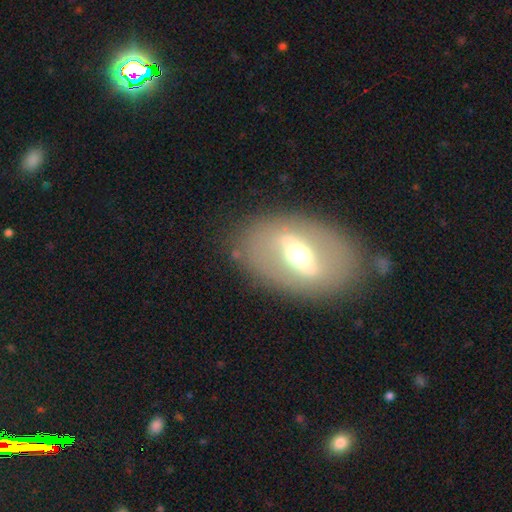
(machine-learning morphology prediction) smooth-or-featured: featured or disk: 67% | smooth: 26% | star or artifact: 7%
  disk-edge-on: no: 81% | yes: 19%
    bar: strong: 63% | weak: 26% | no: 10%
    has-spiral-arms: no: 82% | yes: 18%
    bulge-size: moderate: 69% | large: 14% | small: 14% | dominant: 2% | none: 1%
  merging: none: 80% | minor disturbance: 11% | major disturbance: 6% | merger: 3%